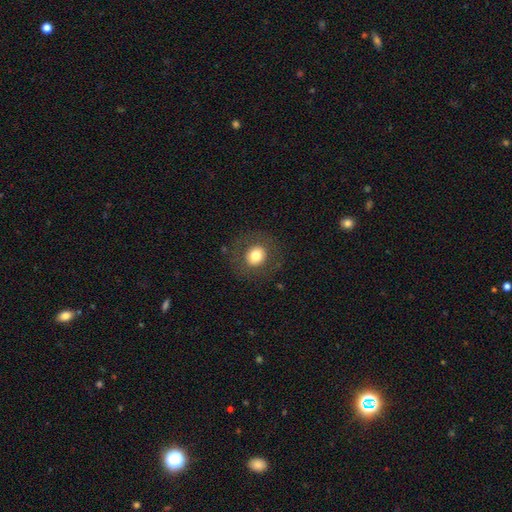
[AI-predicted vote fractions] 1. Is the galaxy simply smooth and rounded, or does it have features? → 73% smooth, 17% featured or disk, 10% star or artifact.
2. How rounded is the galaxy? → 85% round, 14% in between, 1% cigar-shaped.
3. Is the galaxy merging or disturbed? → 84% none, 9% minor disturbance, 6% major disturbance, 1% merger.